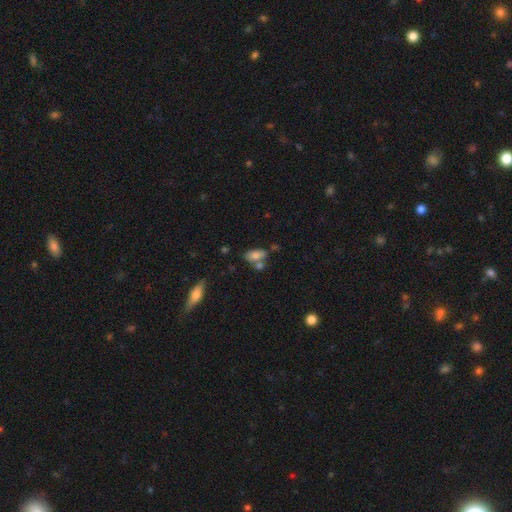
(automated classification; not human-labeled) Smooth or featured?
  - smooth: 78% *
  - featured or disk: 13%
  - star or artifact: 9%
How rounded?
  - in between: 88% *
  - cigar-shaped: 8%
  - round: 4%
Merging?
  - none: 51% *
  - merger: 28%
  - minor disturbance: 16%
  - major disturbance: 5%